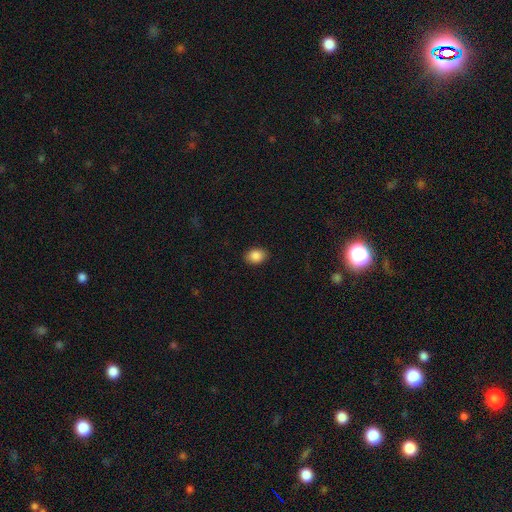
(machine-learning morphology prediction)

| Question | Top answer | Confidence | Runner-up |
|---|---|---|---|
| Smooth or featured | smooth | 88% | star or artifact (8%) |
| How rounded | in between | 72% | round (27%) |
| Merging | none | 89% | minor disturbance (8%) |